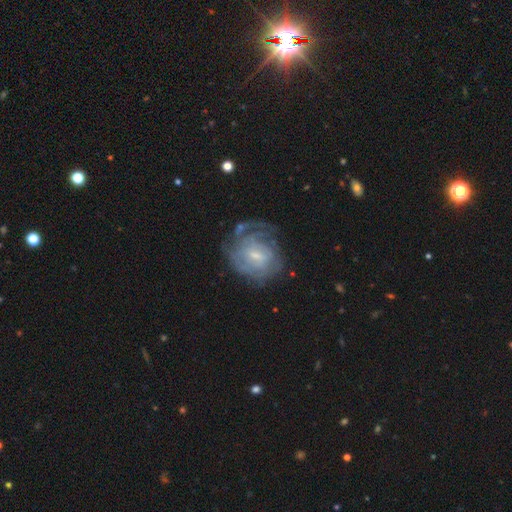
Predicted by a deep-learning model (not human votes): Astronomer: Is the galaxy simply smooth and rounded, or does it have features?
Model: featured or disk — 75%.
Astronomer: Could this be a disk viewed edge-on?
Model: no — 97%.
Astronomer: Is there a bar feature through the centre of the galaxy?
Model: weak — 56% (runner-up: no, 34%).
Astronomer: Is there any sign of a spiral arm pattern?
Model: yes — 83%.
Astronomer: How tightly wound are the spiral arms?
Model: tight — 61%.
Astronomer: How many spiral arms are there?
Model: can't tell — 55%.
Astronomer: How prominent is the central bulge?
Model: small — 59%.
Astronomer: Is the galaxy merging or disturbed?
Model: none — 54%.